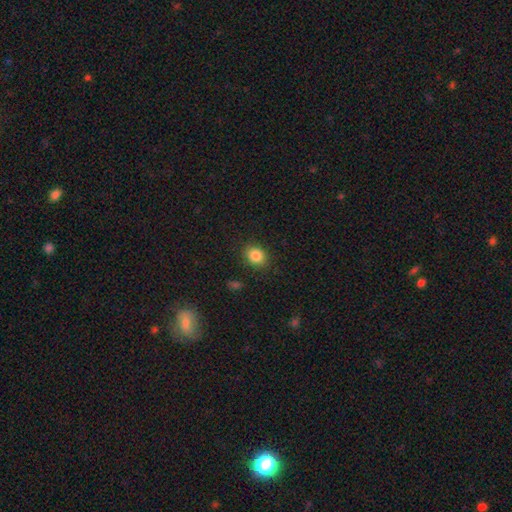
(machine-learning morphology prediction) A smooth galaxy with no disk features (85%) that is round (55%). Merging: none (87%).